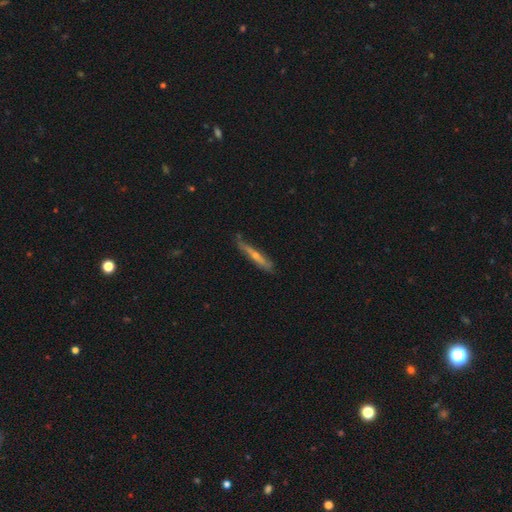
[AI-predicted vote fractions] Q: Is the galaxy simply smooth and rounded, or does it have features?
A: featured or disk — 61%.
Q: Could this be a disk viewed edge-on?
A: yes — 89%.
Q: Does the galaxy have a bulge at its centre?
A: rounded — 72%.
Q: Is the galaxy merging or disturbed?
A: none — 72%.